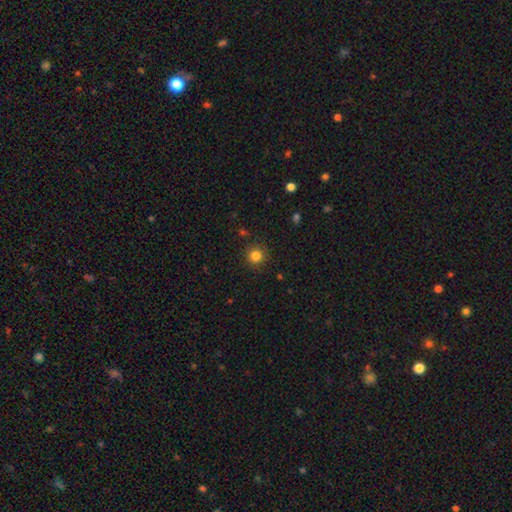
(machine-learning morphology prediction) This is clearly a smooth galaxy (83%). How rounded: clearly round (93%). Merging: clearly none (88%).